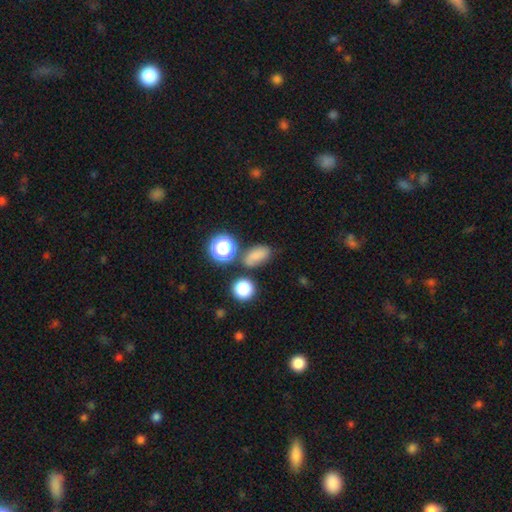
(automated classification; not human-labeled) Overall: smooth (71%). How rounded: in between (67%; round 30%). Merging: none (66%).